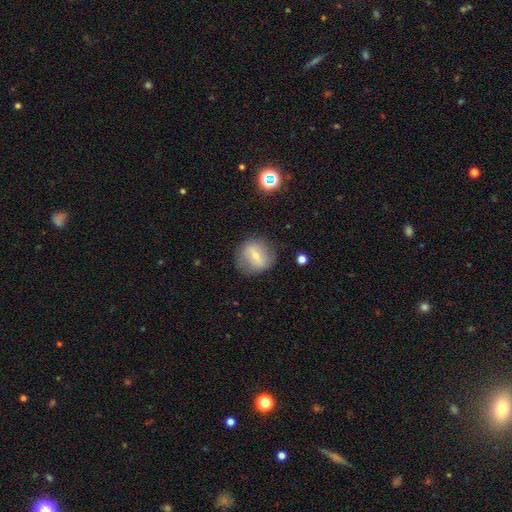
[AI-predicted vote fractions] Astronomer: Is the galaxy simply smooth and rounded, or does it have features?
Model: smooth — 52% (runner-up: featured or disk, 39%).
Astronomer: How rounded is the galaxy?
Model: round — 80%.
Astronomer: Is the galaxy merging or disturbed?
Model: none — 79%.